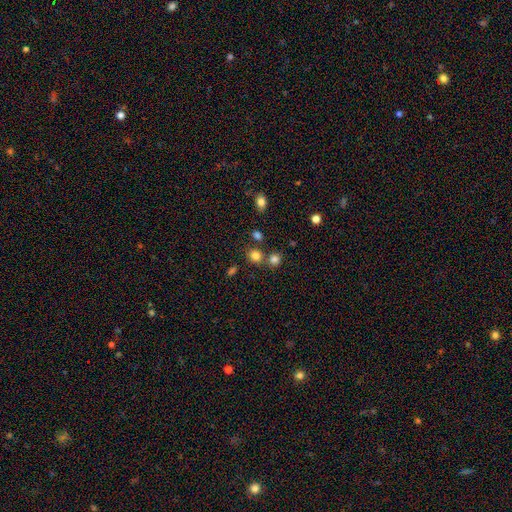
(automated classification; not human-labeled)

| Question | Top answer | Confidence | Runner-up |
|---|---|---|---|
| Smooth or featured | smooth | 80% | star or artifact (14%) |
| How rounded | round | 76% | in between (23%) |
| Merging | none | 70% | merger (17%) |